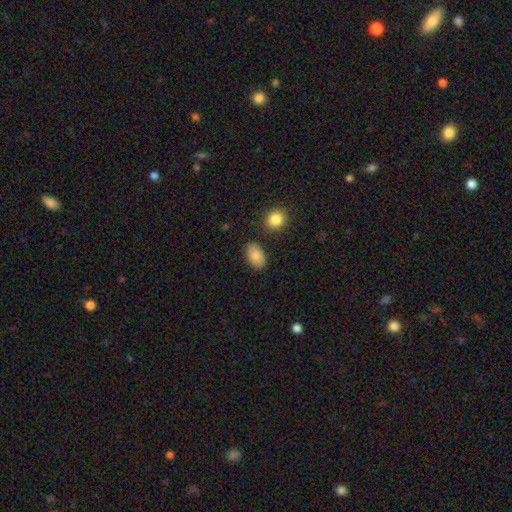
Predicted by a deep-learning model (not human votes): The model was most divided on "merging": none: 81%, minor disturbance: 13%, merger: 3%, major disturbance: 3%. More confident: how rounded — in between (88%); smooth or featured — smooth (86%).